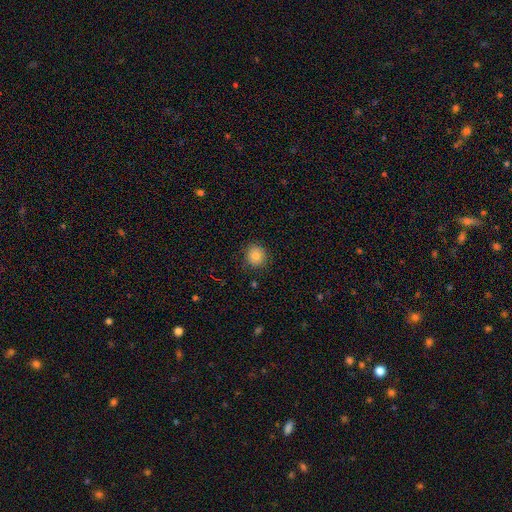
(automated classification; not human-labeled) A smooth galaxy with no disk features (83%) that is round (88%). Merging: none (87%).